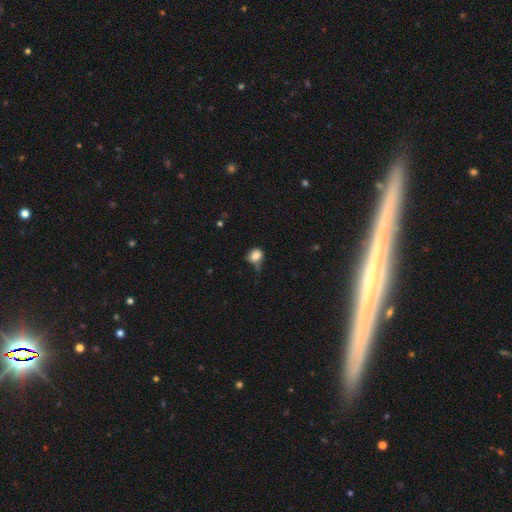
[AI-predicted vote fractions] The model was most divided on "merging": none: 39%, minor disturbance: 37%, major disturbance: 17%, merger: 7%. More confident: smooth or featured — smooth (81%); how rounded — in between (50%).